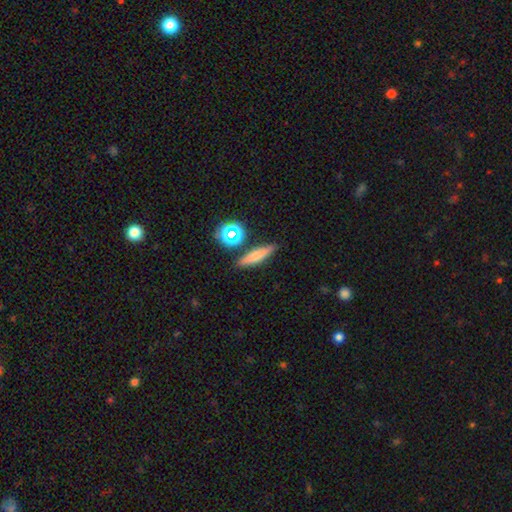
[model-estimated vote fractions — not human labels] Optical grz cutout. It shows a smooth galaxy with no disk features (63%) that is cigar-shaped (73%). Merging: none (84%).